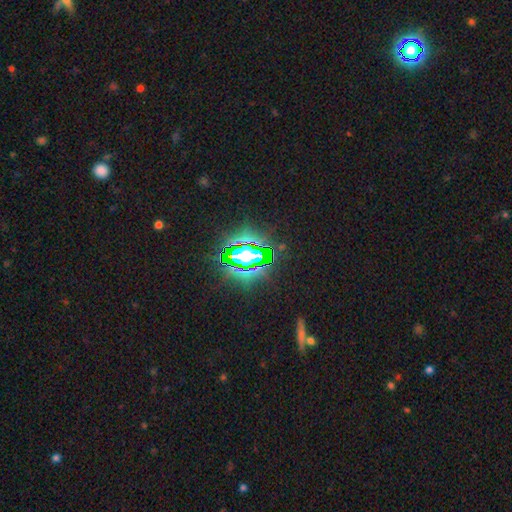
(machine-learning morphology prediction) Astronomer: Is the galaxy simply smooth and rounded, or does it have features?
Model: star or artifact — 78%.